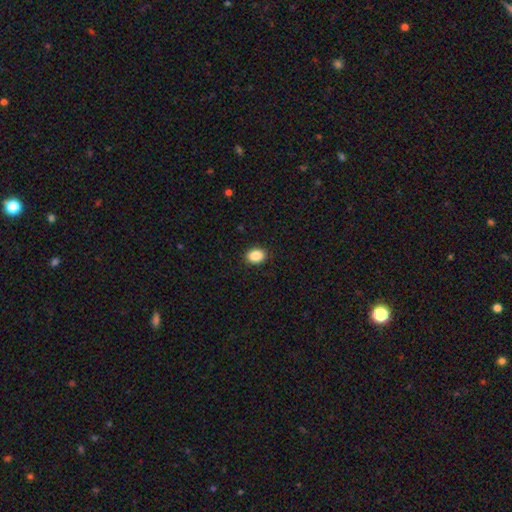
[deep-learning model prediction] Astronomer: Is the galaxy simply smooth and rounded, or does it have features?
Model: smooth — 87%.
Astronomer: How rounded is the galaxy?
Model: in between — 64%.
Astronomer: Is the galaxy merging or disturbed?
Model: none — 90%.